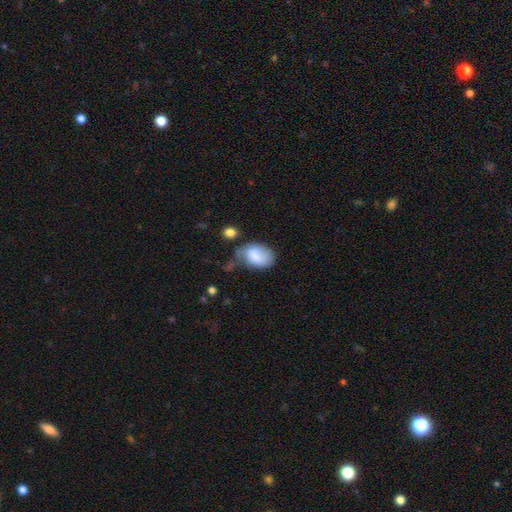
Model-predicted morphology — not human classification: This appears to be a smooth galaxy with no disk features (79%) that is in between round and cigar-shaped (83%). Merging: none (37%).